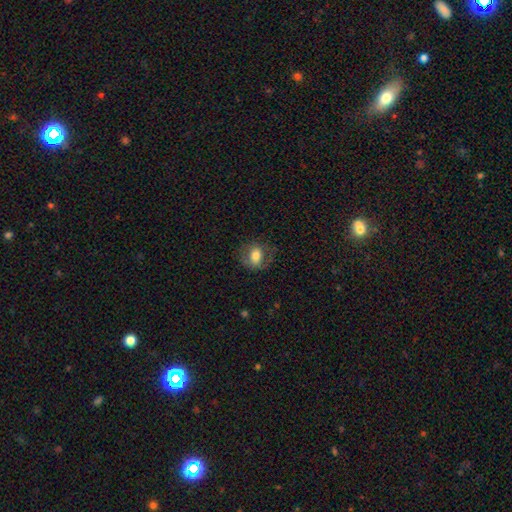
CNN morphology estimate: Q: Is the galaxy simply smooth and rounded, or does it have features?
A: smooth — 67%.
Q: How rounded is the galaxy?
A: round — 50%.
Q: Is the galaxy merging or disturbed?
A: none — 72%.